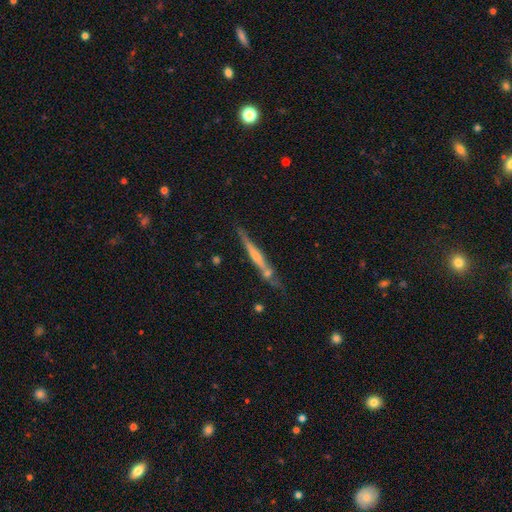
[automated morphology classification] smooth_or_featured: featured or disk (p=0.60) [alt: smooth p=0.33]
disk_edge_on: yes (p=0.95) [alt: no p=0.05]
edge_on_bulge: none (p=0.57) [alt: rounded p=0.30]
merging: none (p=0.70) [alt: minor disturbance p=0.16]